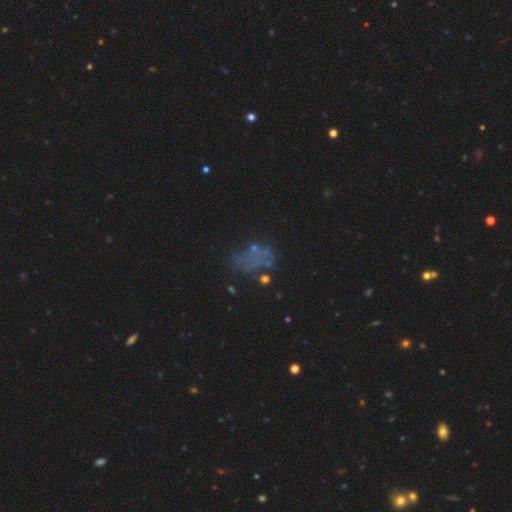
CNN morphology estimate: star or artifact 35%, featured or disk 33%, smooth 31%.